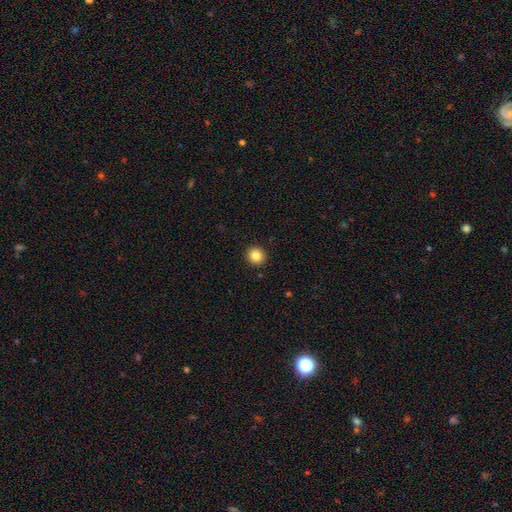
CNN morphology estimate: A smooth galaxy with no disk features (84%) that is round (92%).

Vote fractions:
- Smooth or featured? smooth: 84% / star or artifact: 10% / featured or disk: 5%
- How rounded? round: 92% / in between: 7% / cigar-shaped: 1%
- Merging? none: 93% / minor disturbance: 5% / major disturbance: 2% / merger: 1%